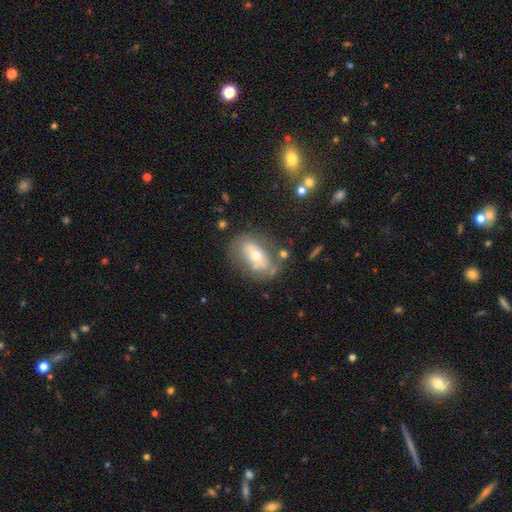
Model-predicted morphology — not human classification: smooth-or-featured: featured or disk: 53% | smooth: 39% | star or artifact: 8%
  disk-edge-on: no: 89% | yes: 11%
  merging: none: 59% | minor disturbance: 21% | major disturbance: 13% | merger: 7%